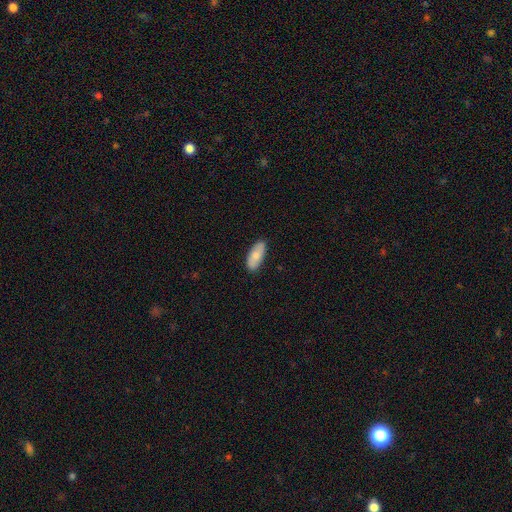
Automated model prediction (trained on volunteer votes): Smooth or featured?
  - smooth: 77% *
  - featured or disk: 17%
  - star or artifact: 6%
How rounded?
  - in between: 83% *
  - cigar-shaped: 14%
  - round: 2%
Merging?
  - none: 87% *
  - minor disturbance: 11%
  - major disturbance: 2%
  - merger: 1%